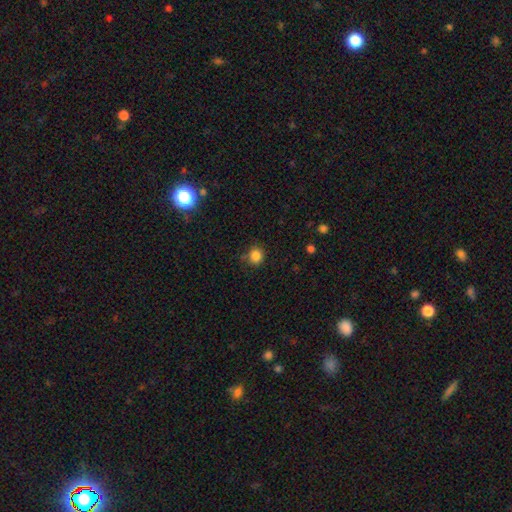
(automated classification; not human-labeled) Smooth or featured? Predicted: smooth (p=0.84). How rounded? Predicted: round (p=0.84). Merging? Predicted: none (p=0.80).